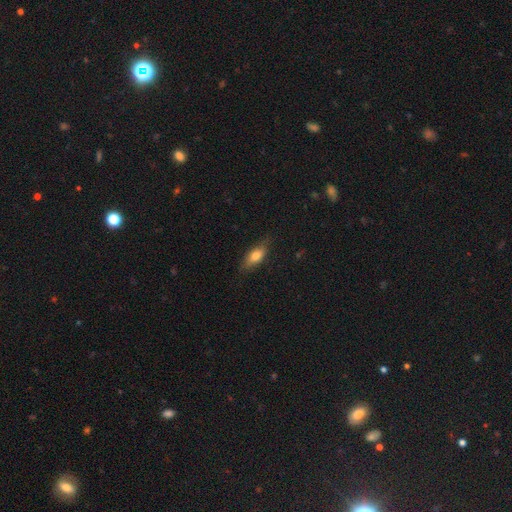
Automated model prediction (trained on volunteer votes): smooth_or_featured: smooth (p=0.73) [alt: featured or disk p=0.20]
how_rounded: in between (p=0.71) [alt: cigar-shaped p=0.26]
merging: none (p=0.77) [alt: minor disturbance p=0.18]